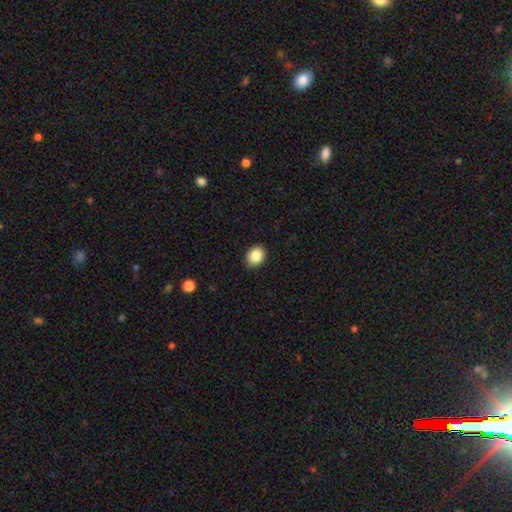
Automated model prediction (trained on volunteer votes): The model was most divided on "how rounded": round: 52%, in between: 47%, cigar-shaped: 1%. More confident: smooth or featured — smooth (87%); merging — none (84%).